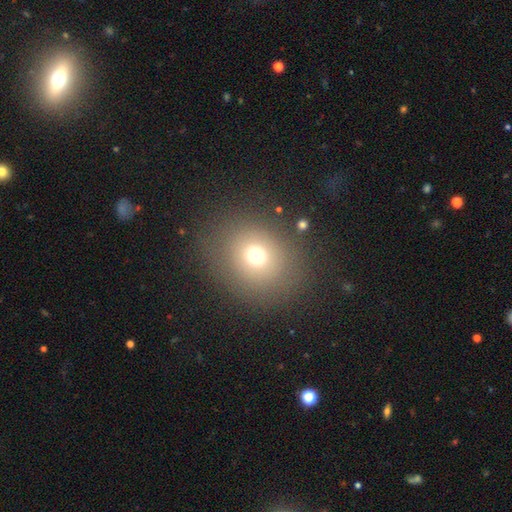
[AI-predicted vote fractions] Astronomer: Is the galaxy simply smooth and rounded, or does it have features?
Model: smooth — 69%.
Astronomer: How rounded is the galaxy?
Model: round — 71%.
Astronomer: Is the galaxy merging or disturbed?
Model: none — 81%.